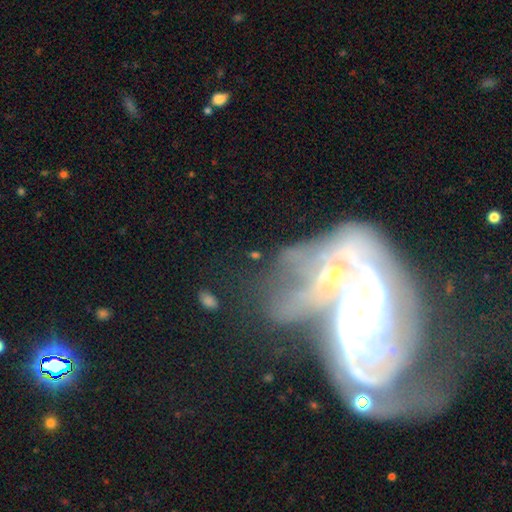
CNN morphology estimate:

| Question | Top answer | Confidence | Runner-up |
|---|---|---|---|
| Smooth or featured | featured or disk | 54% | smooth (26%) |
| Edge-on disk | no | 85% | yes (15%) |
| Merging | none | 38% | merger (23%) |